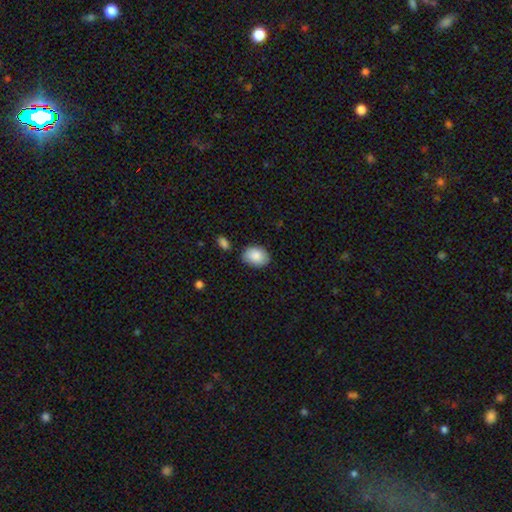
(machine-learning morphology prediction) type=smooth (87%); roundness=in between (79%); merging=none (79%).